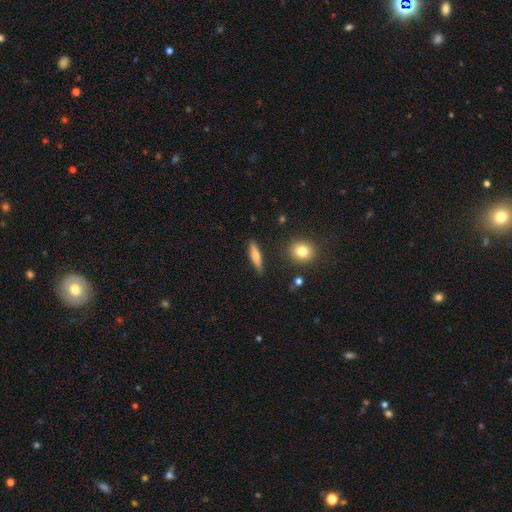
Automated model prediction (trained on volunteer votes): smooth-or-featured: smooth: 65% | featured or disk: 28% | star or artifact: 7%
  how-rounded: cigar-shaped: 79% | in between: 18% | round: 3%
  merging: none: 86% | minor disturbance: 10% | major disturbance: 2% | merger: 2%